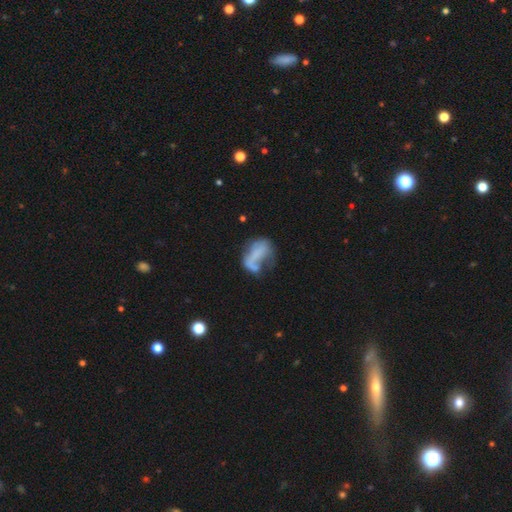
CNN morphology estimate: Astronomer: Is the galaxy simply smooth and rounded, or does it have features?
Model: smooth — 46% (runner-up: featured or disk, 44%).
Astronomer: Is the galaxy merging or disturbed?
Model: major disturbance — 38% (runner-up: none, 27%).